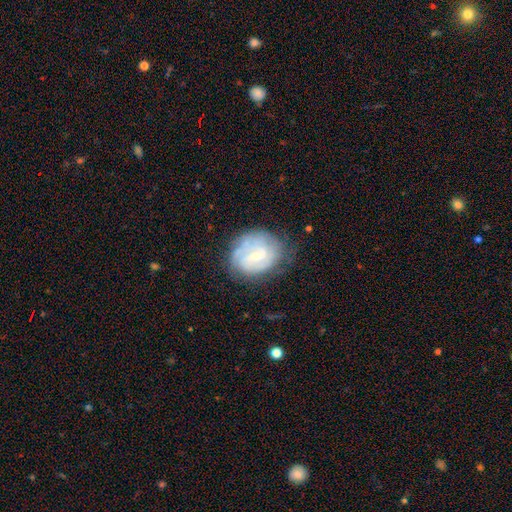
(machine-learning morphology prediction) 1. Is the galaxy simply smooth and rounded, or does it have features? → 68% featured or disk, 25% smooth, 7% star or artifact.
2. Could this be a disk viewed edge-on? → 97% no, 3% yes.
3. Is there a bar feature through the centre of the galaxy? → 50% weak, 37% no, 13% strong.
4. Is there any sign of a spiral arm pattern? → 80% yes, 20% no.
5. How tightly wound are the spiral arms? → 56% tight, 32% medium, 12% loose.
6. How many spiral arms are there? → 43% can't tell, 32% 2, 12% 3, 5% 1, 5% 4, 3% more than 4.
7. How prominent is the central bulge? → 66% small, 26% moderate, 5% none, 2% large, 1% dominant.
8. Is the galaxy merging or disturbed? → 65% none, 23% minor disturbance, 10% major disturbance, 2% merger.